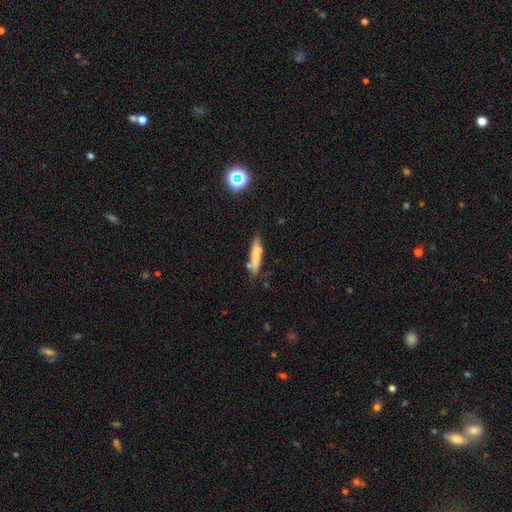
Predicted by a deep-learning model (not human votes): Overall: smooth (68%). How rounded: cigar-shaped (81%). Merging: none (69%).